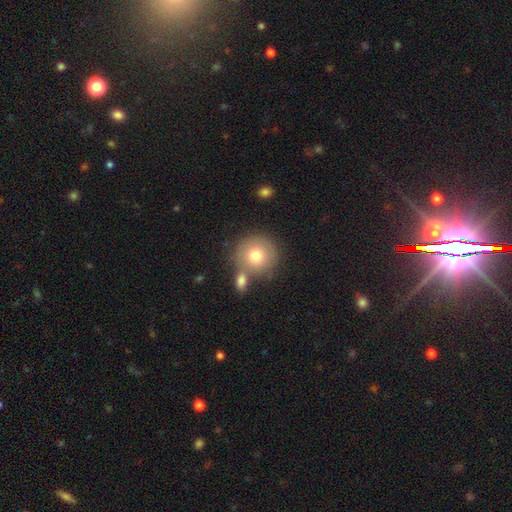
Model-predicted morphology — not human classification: The model was most divided on "merging": none: 63%, merger: 22%, minor disturbance: 10%, major disturbance: 4%. More confident: how rounded — round (93%); smooth or featured — smooth (76%).